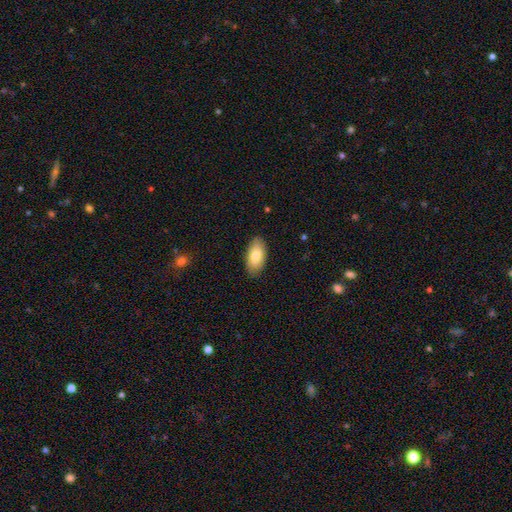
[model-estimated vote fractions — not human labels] Overall: smooth (82%). How rounded: in between (93%). Merging: none (86%).